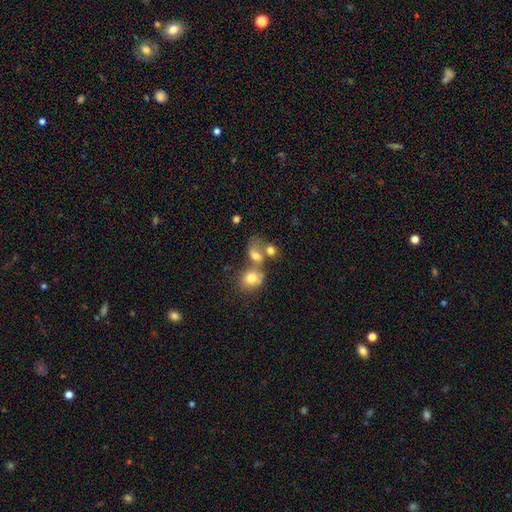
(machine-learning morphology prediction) This is likely a smooth galaxy (68%). How rounded: possibly in between (56%). Merging: possibly merger (56%).